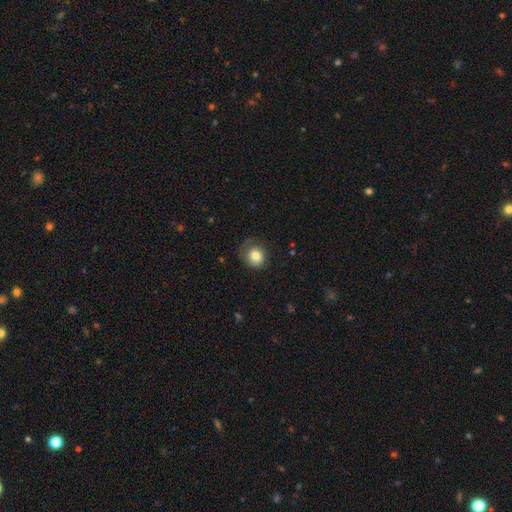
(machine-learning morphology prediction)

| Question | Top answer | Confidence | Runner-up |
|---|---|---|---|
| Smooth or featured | smooth | 79% | featured or disk (12%) |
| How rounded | round | 84% | in between (15%) |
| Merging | none | 64% | minor disturbance (22%) |